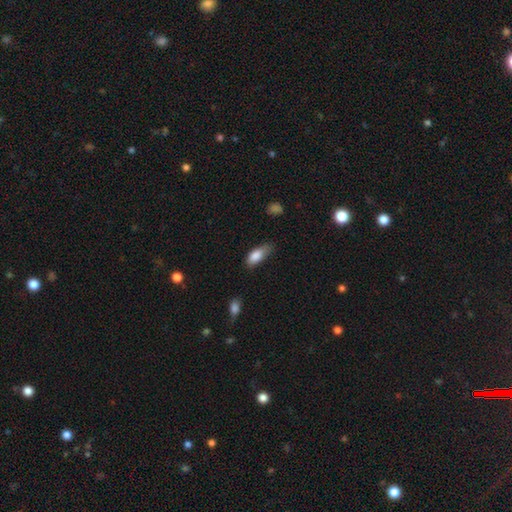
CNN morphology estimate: A smooth galaxy with no disk features (85%) that is in between round and cigar-shaped (84%). Merging: none (47%).